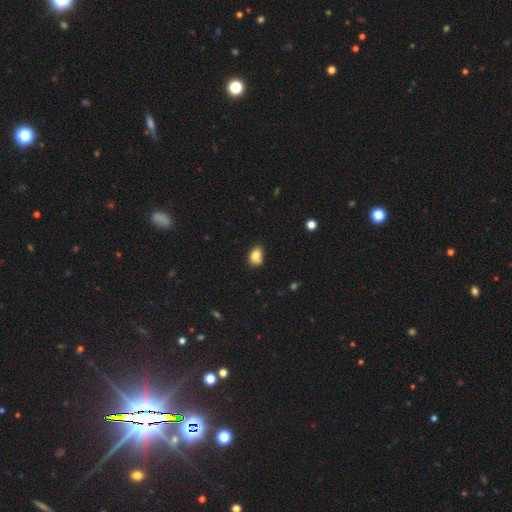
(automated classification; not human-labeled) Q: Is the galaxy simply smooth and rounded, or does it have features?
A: smooth — 81%.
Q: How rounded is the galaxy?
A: in between — 71%.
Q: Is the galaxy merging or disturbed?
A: none — 62%.